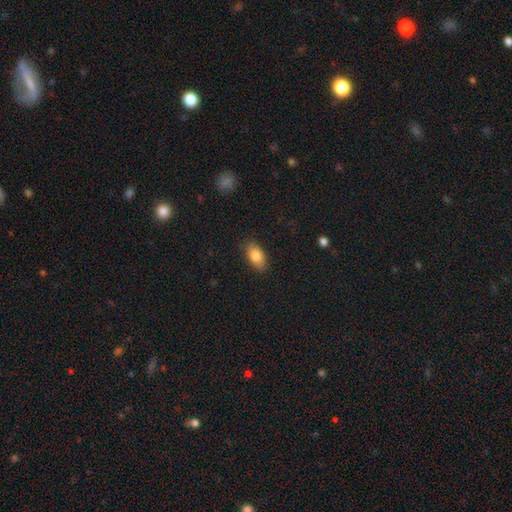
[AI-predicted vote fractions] This is clearly a smooth galaxy (83%). How rounded: clearly in between (91%). Merging: clearly none (86%).